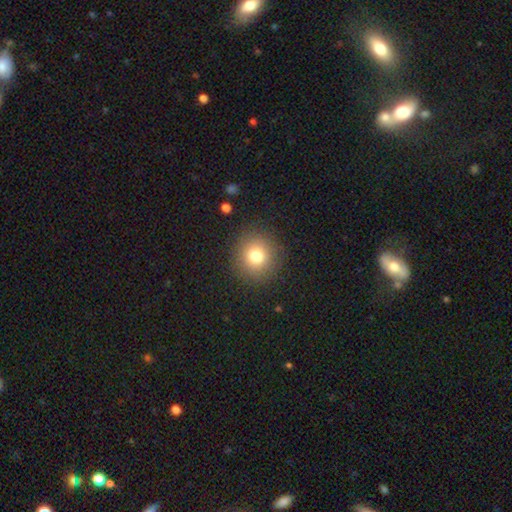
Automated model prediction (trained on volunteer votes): A smooth galaxy with no disk features (78%) that is round (92%). Merging: none (90%).